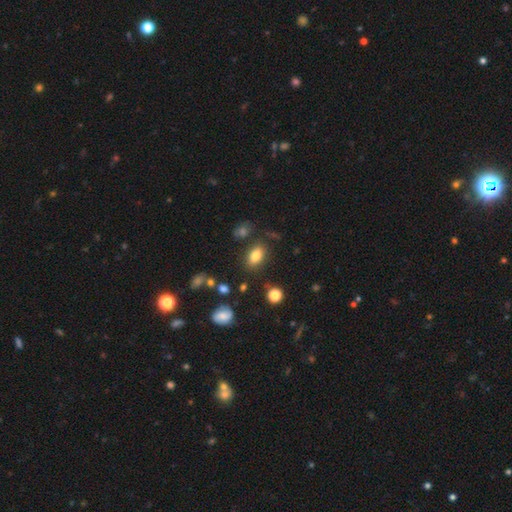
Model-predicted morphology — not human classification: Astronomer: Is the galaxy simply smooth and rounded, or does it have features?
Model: smooth — 81%.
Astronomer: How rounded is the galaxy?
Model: in between — 85%.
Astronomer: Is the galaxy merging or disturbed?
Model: none — 80%.